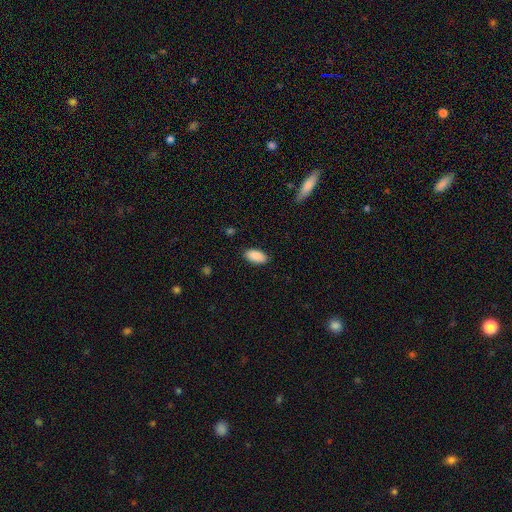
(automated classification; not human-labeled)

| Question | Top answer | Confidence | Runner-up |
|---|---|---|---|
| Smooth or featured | smooth | 90% | star or artifact (7%) |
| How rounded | in between | 94% | cigar-shaped (3%) |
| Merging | none | 87% | minor disturbance (10%) |